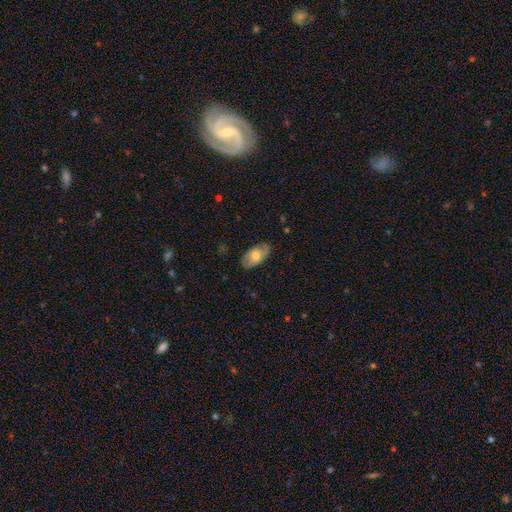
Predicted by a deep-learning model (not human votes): Q: Smooth or featured?
A: smooth (51%); runner-up: featured or disk (42%)
Q: How rounded?
A: in between (92%); runner-up: round (6%)
Q: Merging?
A: none (73%); runner-up: minor disturbance (21%)